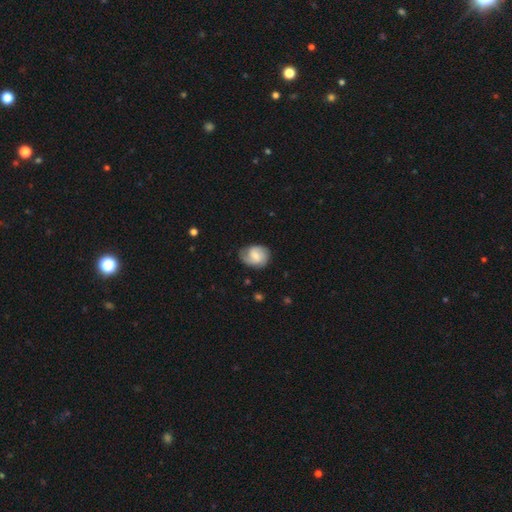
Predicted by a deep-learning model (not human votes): A smooth galaxy with no disk features (47%).

Vote fractions:
- Smooth or featured? smooth: 47% / featured or disk: 46% / star or artifact: 7%
- Merging? none: 64% / minor disturbance: 26% / major disturbance: 8% / merger: 1%